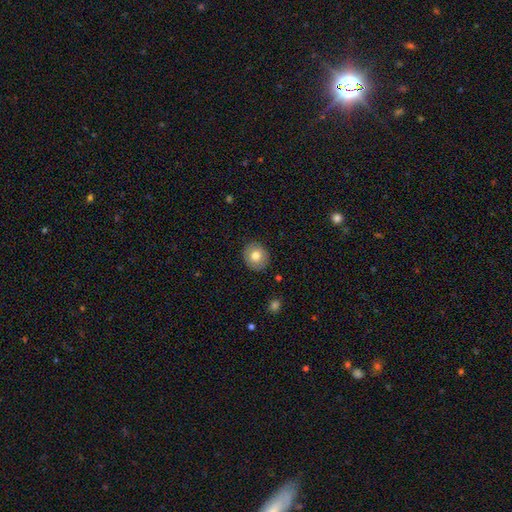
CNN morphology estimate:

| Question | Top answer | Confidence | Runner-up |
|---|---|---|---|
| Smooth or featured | smooth | 76% | featured or disk (15%) |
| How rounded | round | 76% | in between (23%) |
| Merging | none | 89% | minor disturbance (8%) |